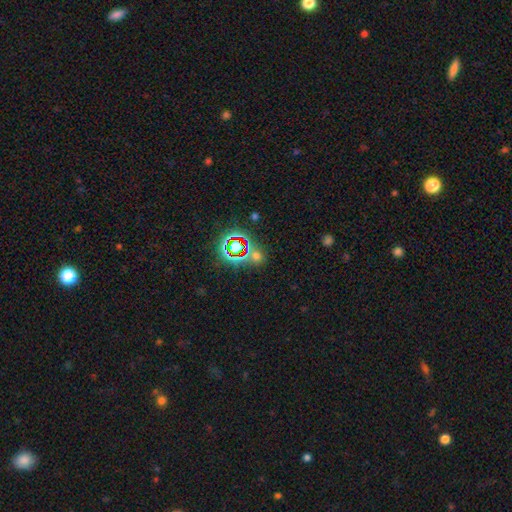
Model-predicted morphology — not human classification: type=star or artifact (50%).